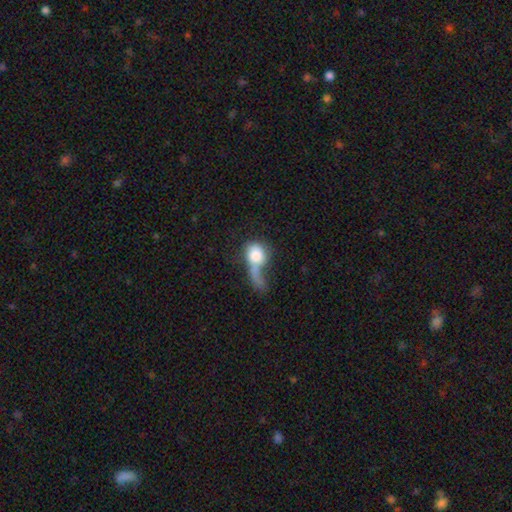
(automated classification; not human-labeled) This appears to be a smooth galaxy with no disk features (67%) that is round (55%). Merging: major disturbance (52%).